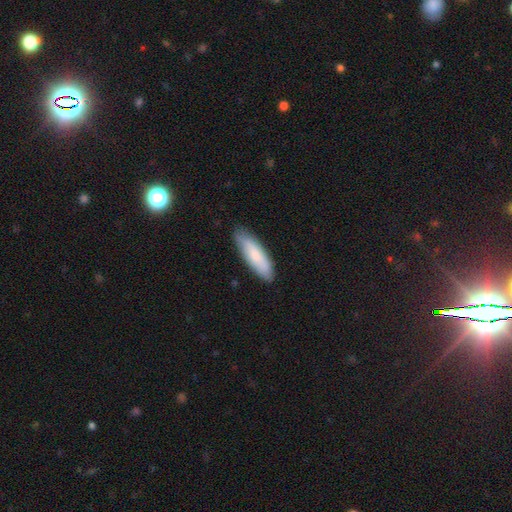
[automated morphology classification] This appears to be a smooth galaxy with no disk features (78%) that is cigar-shaped (54%). Merging: none (83%).